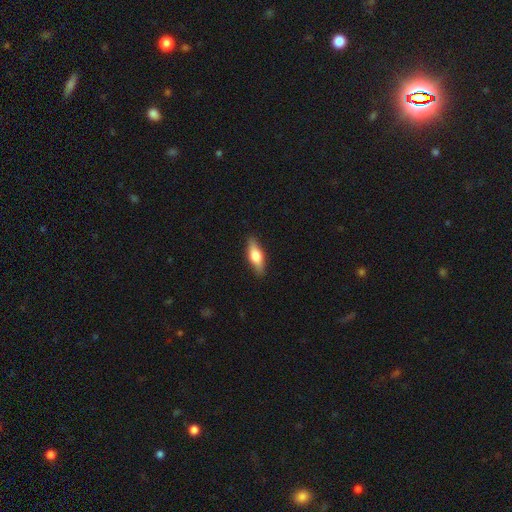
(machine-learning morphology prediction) smooth 57%, featured or disk 37%, star or artifact 6%. Down the decision tree: how rounded — in between (57%); merging — none (88%).